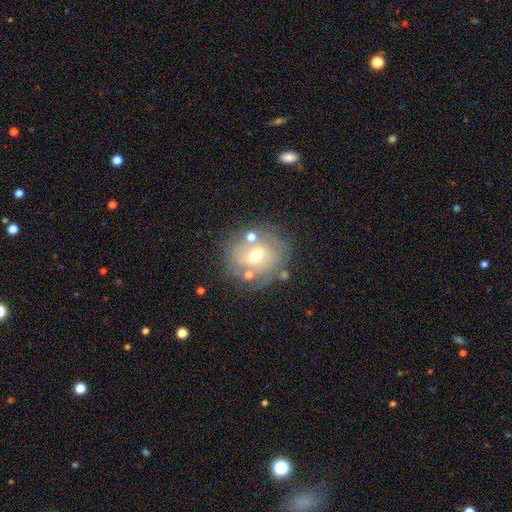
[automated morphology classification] A featured or disk galaxy (56%) with a weak bar (43%), no spiral arms (51%) and a moderate central bulge (65%). Merging: none (70%).